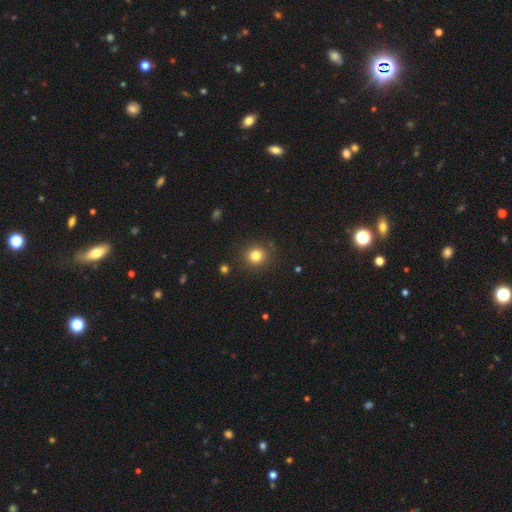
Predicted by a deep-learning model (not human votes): Smooth or featured? Predicted: smooth (p=0.81). How rounded? Predicted: round (p=0.90). Merging? Predicted: none (p=0.87).